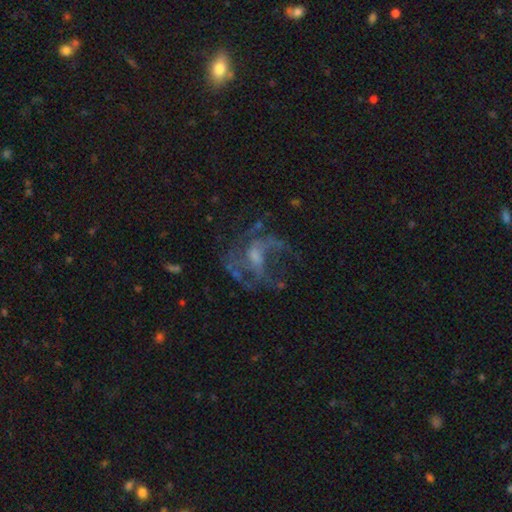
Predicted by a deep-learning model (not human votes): Smooth or featured: featured or disk — 71% (smooth — 14%)
Edge-on disk: no — 97% (yes — 3%)
Bar: no — 50% (weak — 40%)
Spiral arms: yes — 65% (no — 35%)
Bulge size: small — 34% (moderate — 33%)
Merging: none — 43% (major disturbance — 38%)